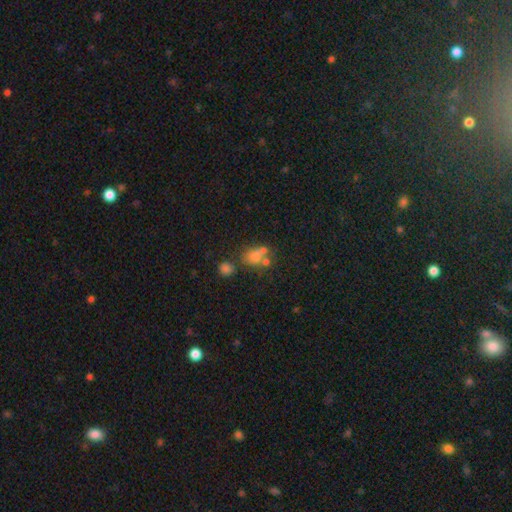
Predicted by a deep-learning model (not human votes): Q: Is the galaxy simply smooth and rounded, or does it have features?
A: smooth — 61%.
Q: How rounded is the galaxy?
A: round — 52%.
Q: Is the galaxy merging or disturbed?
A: none — 43%.